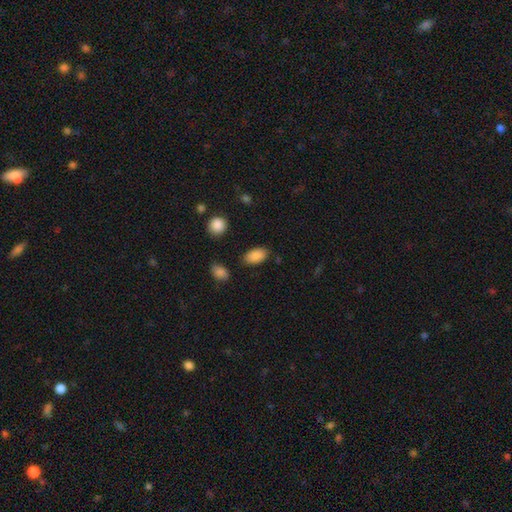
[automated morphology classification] Overall: smooth (88%). How rounded: in between (93%). Merging: none (83%).